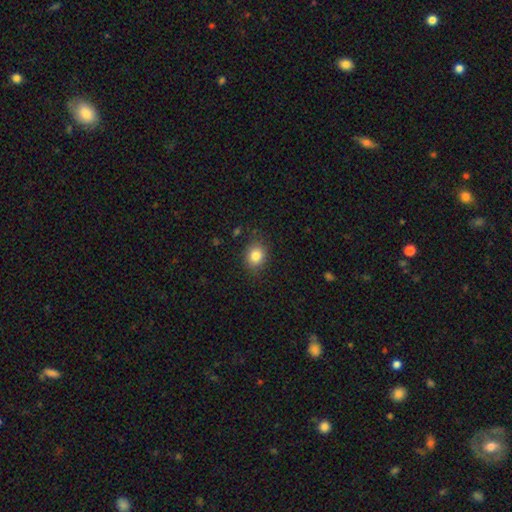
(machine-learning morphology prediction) Smooth or featured? Predicted: smooth (p=0.83). How rounded? Predicted: round (p=0.60). Merging? Predicted: none (p=0.84).